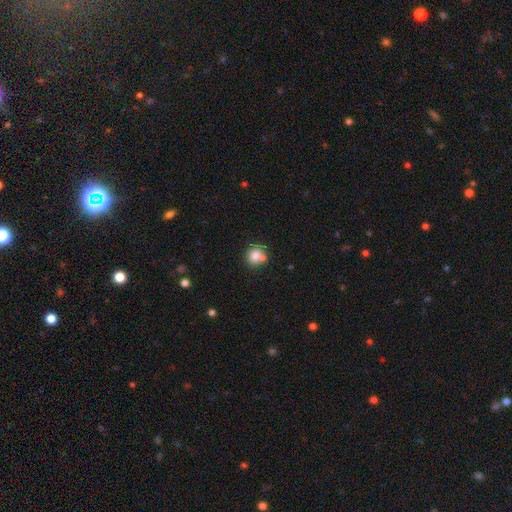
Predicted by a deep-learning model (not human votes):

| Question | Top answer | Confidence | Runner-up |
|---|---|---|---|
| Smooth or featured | smooth | 79% | featured or disk (11%) |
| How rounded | round | 86% | in between (13%) |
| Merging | none | 62% | merger (22%) |